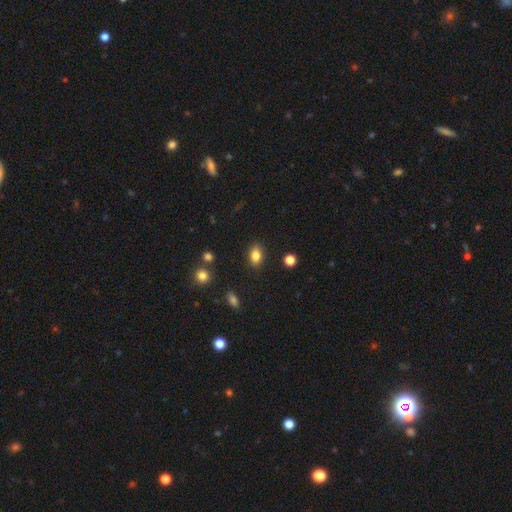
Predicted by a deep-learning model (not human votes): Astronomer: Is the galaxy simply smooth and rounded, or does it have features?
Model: smooth — 84%.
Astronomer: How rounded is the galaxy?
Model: in between — 81%.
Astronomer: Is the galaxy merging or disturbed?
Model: none — 86%.